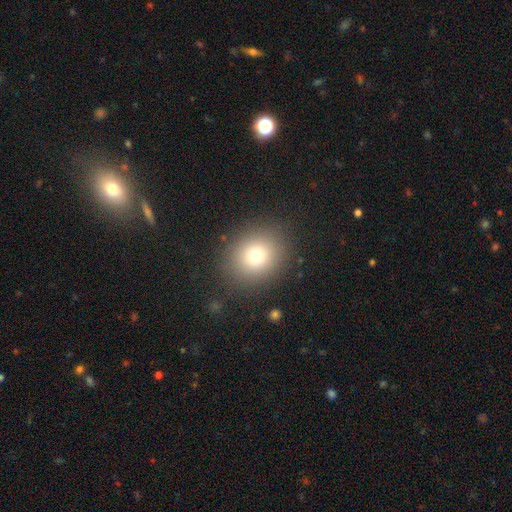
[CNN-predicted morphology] Smooth or featured: smooth — 76% (star or artifact — 14%)
How rounded: round — 74% (in between — 25%)
Merging: none — 87% (minor disturbance — 8%)